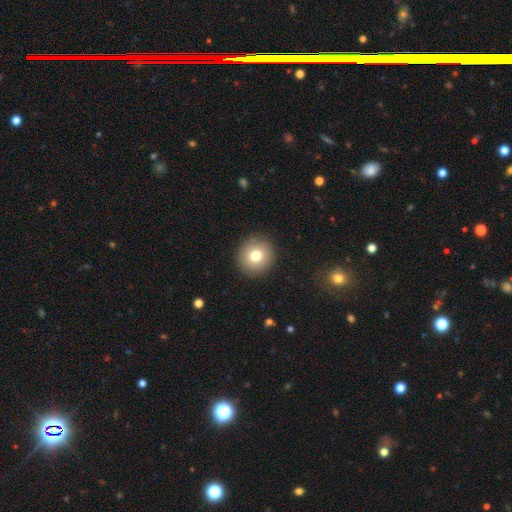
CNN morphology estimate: The model was most divided on "smooth or featured": smooth: 76%, featured or disk: 13%, star or artifact: 11%. More confident: how rounded — round (93%); merging — none (92%).